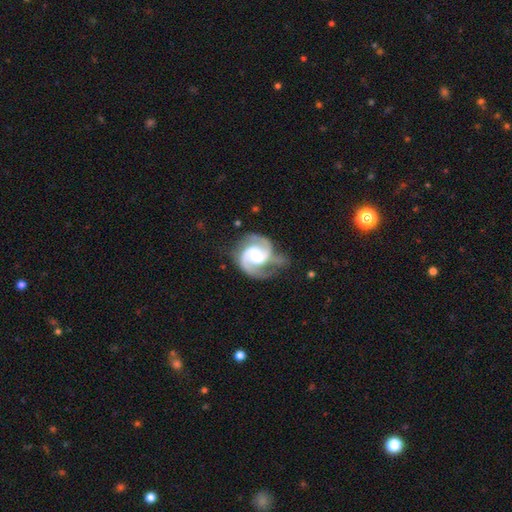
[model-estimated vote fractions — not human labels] Smooth or featured?
  - featured or disk: 91% *
  - smooth: 5%
  - star or artifact: 4%
Edge-on disk?
  - no: 98% *
  - yes: 2%
Bar?
  - no: 45% *
  - weak: 41%
  - strong: 14%
Spiral arms?
  - yes: 98% *
  - no: 2%
Spiral winding?
  - medium: 57% *
  - tight: 28%
  - loose: 14%
Spiral arm count?
  - 2: 86% *
  - 3: 7%
  - can't tell: 2%
  - 1: 2%
  - 4: 1%
  - more than 4: 1%
Bulge size?
  - moderate: 36% *
  - large: 33%
  - small: 14%
  - none: 13%
  - dominant: 3%
Merging?
  - none: 60% *
  - minor disturbance: 23%
  - major disturbance: 15%
  - merger: 3%